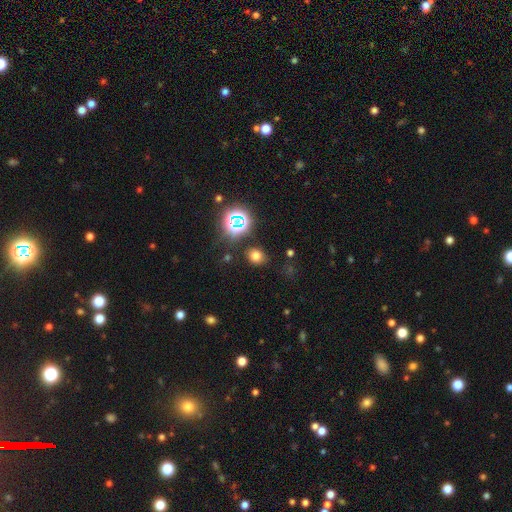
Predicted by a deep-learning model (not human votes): Morphology: type=smooth (69%); roundness=round (65%); merging=none (84%).